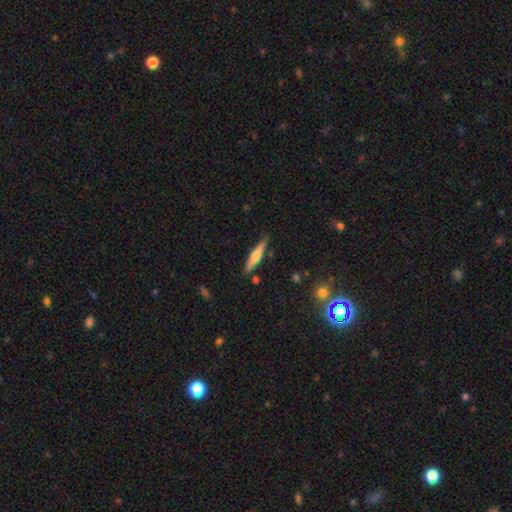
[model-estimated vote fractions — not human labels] smooth-or-featured: smooth: 47% (tied) | featured or disk: 47% (tied) | star or artifact: 6%
  merging: none: 83% | minor disturbance: 11% | merger: 3% | major disturbance: 2%